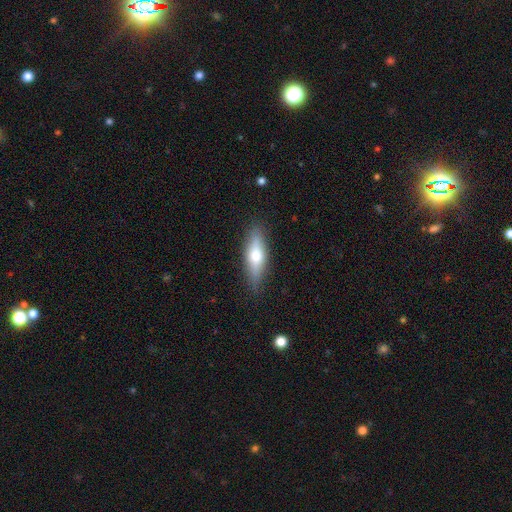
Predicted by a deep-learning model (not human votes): smooth-or-featured: smooth: 53% | featured or disk: 41% | star or artifact: 6%
  how-rounded: cigar-shaped: 57% | in between: 40% | round: 3%
  merging: none: 85% | minor disturbance: 11% | major disturbance: 2% | merger: 1%